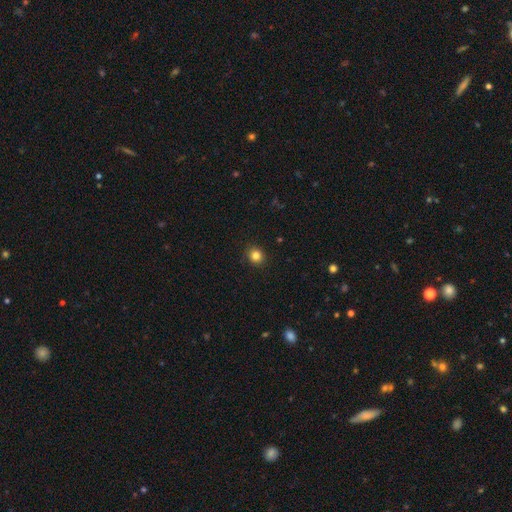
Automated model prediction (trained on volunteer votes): Smooth or featured: smooth — 83% (star or artifact — 12%)
How rounded: round — 89% (in between — 10%)
Merging: none — 91% (minor disturbance — 6%)